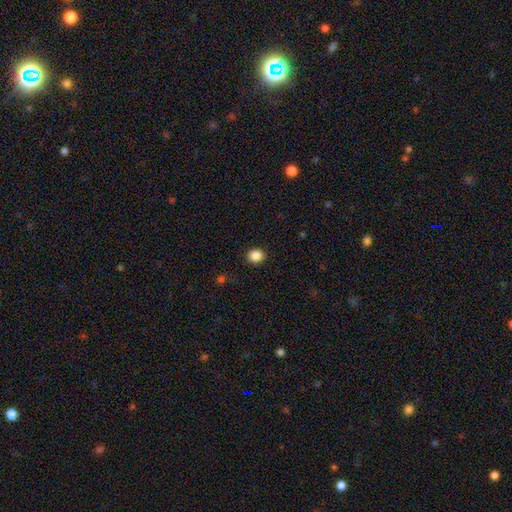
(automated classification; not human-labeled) Smooth or featured?
  - smooth: 87% *
  - star or artifact: 10%
  - featured or disk: 3%
How rounded?
  - round: 77% *
  - in between: 22%
  - cigar-shaped: 1%
Merging?
  - none: 90% *
  - minor disturbance: 7%
  - major disturbance: 2%
  - merger: 1%